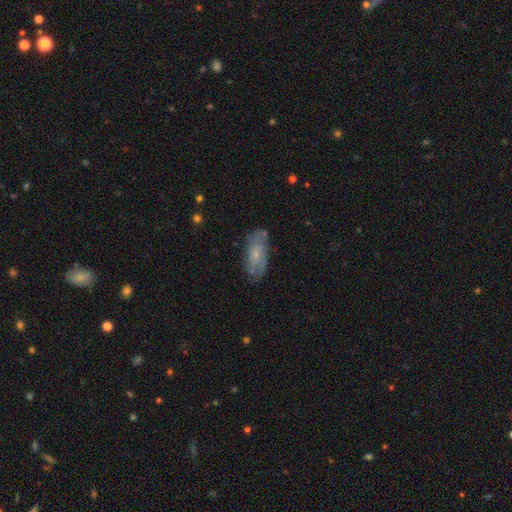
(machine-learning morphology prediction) A featured or disk galaxy (52%). Merging: none (67%).